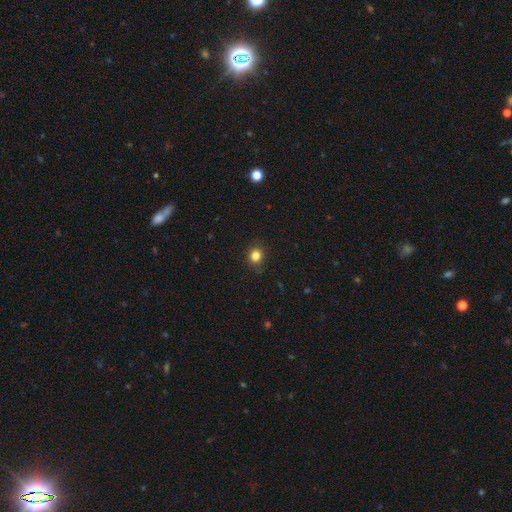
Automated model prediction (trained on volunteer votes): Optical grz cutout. It shows a smooth galaxy with no disk features (83%) that is round (83%). Merging: none (89%).